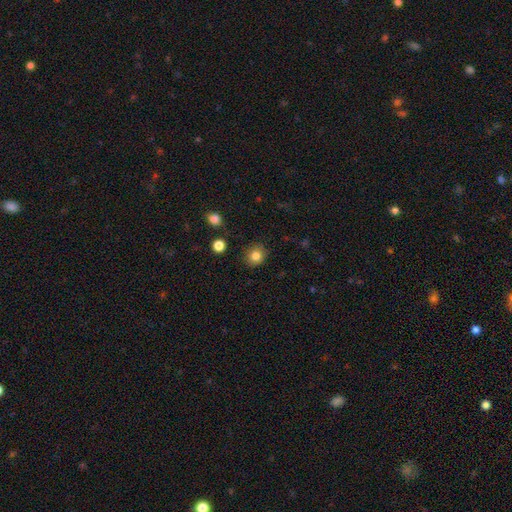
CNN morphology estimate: smooth-or-featured: smooth: 82% | star or artifact: 11% | featured or disk: 7%
  how-rounded: round: 81% | in between: 18% | cigar-shaped: 1%
  merging: none: 87% | minor disturbance: 9% | major disturbance: 2% | merger: 2%